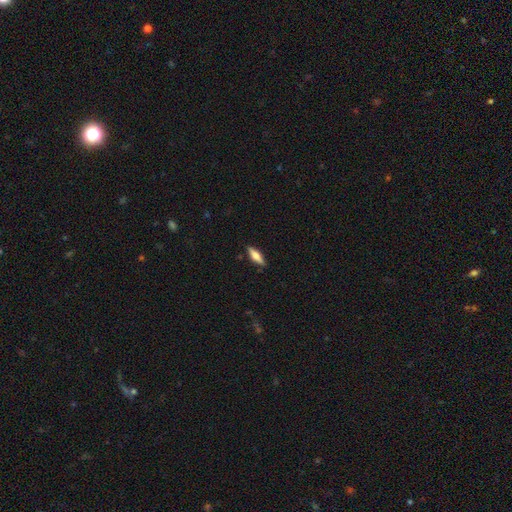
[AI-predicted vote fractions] This is possibly a smooth galaxy (54%). How rounded: possibly cigar-shaped (54%). Merging: clearly none (88%).